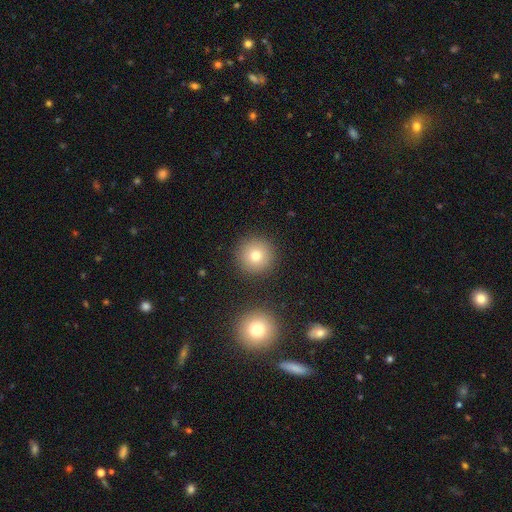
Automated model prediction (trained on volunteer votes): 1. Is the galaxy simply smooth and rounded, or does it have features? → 77% smooth, 12% star or artifact, 11% featured or disk.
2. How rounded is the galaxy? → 95% round, 4% in between, 1% cigar-shaped.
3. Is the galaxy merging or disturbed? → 89% none, 6% minor disturbance, 3% merger, 2% major disturbance.